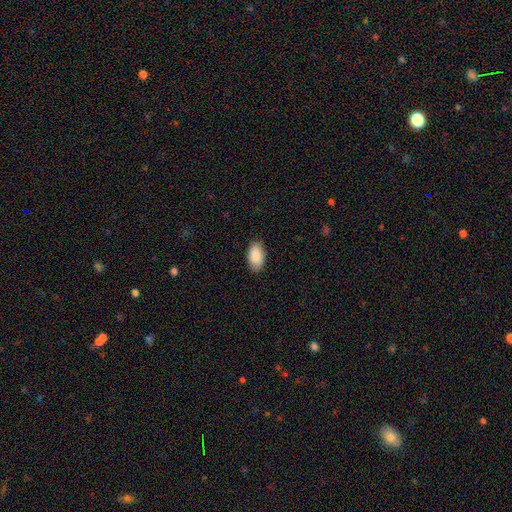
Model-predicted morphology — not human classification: Q: Smooth or featured?
A: smooth (89%); runner-up: star or artifact (6%)
Q: How rounded?
A: in between (95%); runner-up: round (3%)
Q: Merging?
A: none (86%); runner-up: minor disturbance (11%)